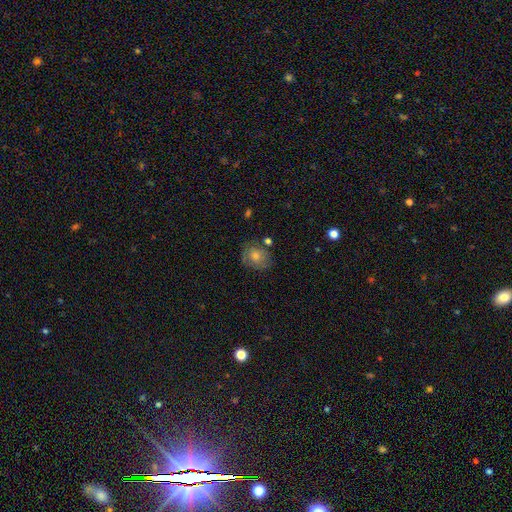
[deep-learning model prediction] Overall: smooth (61%; featured or disk 26%). How rounded: round (68%; in between 31%). Merging: none (72%).